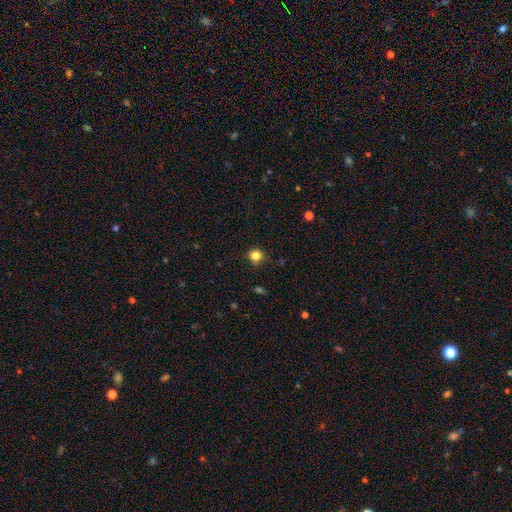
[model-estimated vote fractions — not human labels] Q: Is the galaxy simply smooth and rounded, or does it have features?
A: smooth — 82%.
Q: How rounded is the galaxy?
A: round — 90%.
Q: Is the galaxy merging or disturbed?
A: none — 87%.